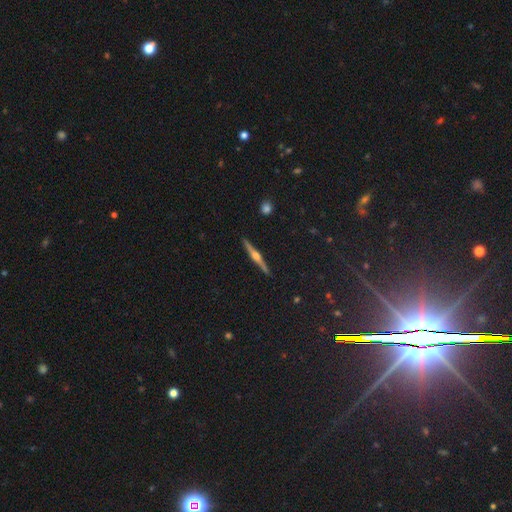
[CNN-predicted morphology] Smooth or featured? Predicted: featured or disk (p=0.81). Edge-on disk? Predicted: yes (p=0.98). Edge-on bulge? Predicted: rounded (p=0.92). Merging? Predicted: none (p=0.91).